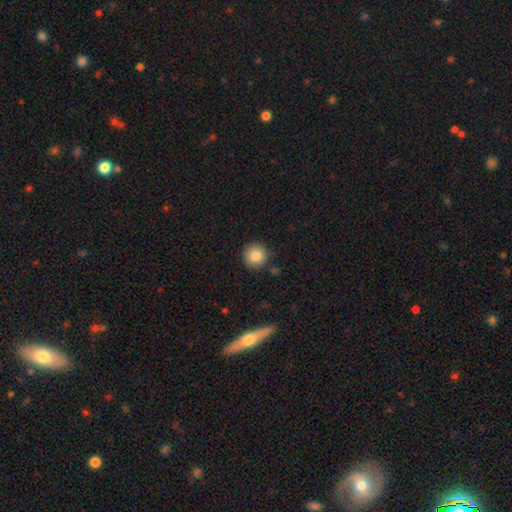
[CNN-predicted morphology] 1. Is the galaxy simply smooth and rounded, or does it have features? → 85% smooth, 9% star or artifact, 6% featured or disk.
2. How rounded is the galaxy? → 95% round, 4% in between, 1% cigar-shaped.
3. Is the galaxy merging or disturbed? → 88% none, 7% minor disturbance, 2% merger, 2% major disturbance.